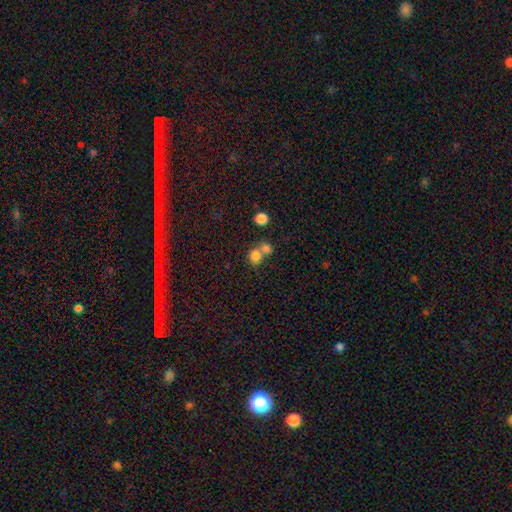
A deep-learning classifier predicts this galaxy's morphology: The model was most divided on "merging": merger: 50%, none: 40%, minor disturbance: 7%, major disturbance: 3%. More confident: smooth or featured — smooth (80%); how rounded — round (78%).